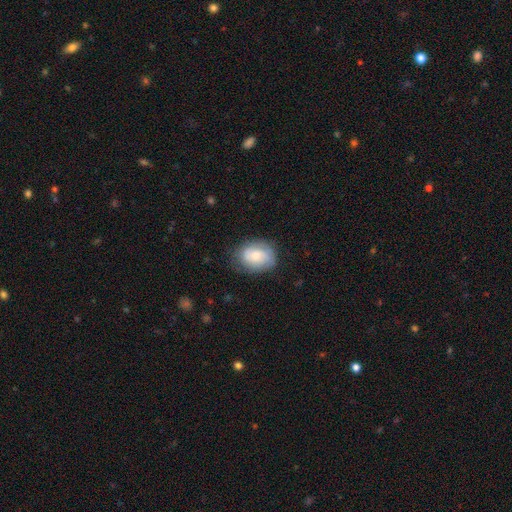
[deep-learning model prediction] A smooth galaxy with no disk features (62%) that is in between round and cigar-shaped (65%). Merging: none (72%).